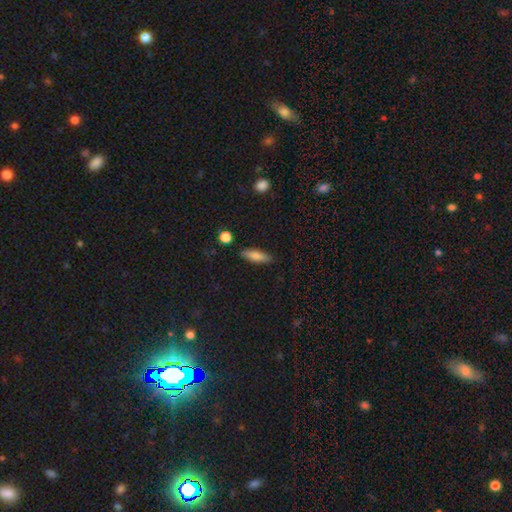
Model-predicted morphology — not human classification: Smooth or featured? smooth (79%)
How rounded? in between (51%)
Merging? none (85%)